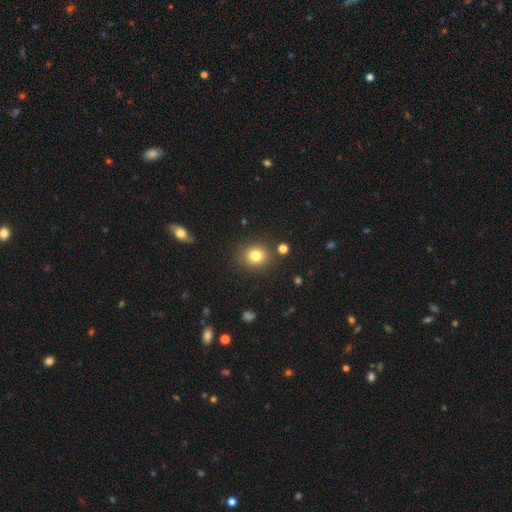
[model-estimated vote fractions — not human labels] Morphology: type=smooth (80%); roundness=round (75%); merging=none (85%).